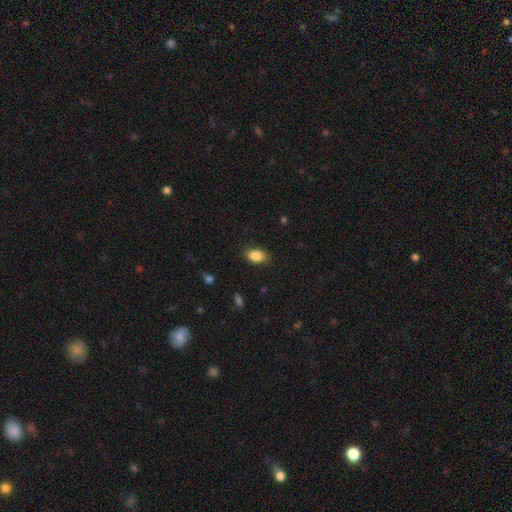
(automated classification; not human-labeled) This appears to be a smooth galaxy with no disk features (88%) that is in between round and cigar-shaped (87%). Merging: none (82%).